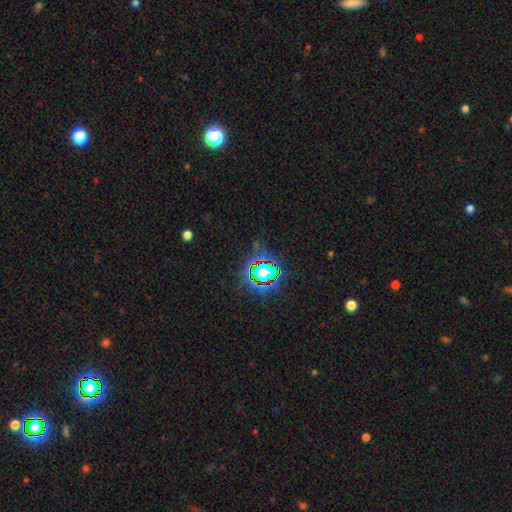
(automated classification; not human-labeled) Q: Smooth or featured?
A: star or artifact (79%); runner-up: smooth (13%)